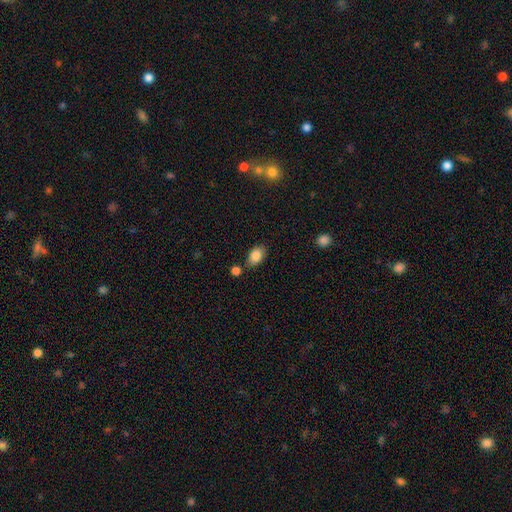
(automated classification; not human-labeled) smooth 86%, star or artifact 8%, featured or disk 6%. Down the decision tree: how rounded — in between (87%); merging — none (70%).